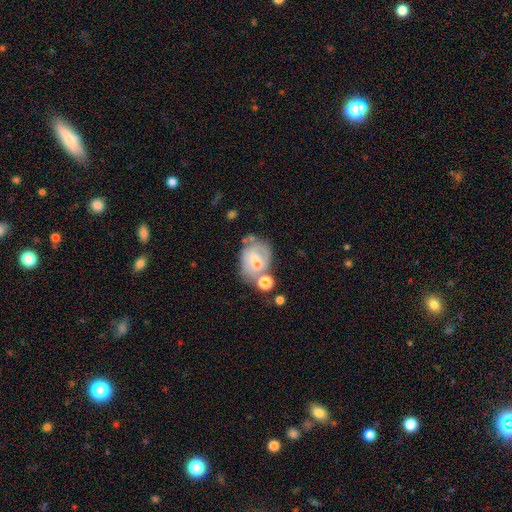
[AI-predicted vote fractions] A smooth galaxy with no disk features (46%). Merging: none (41%).